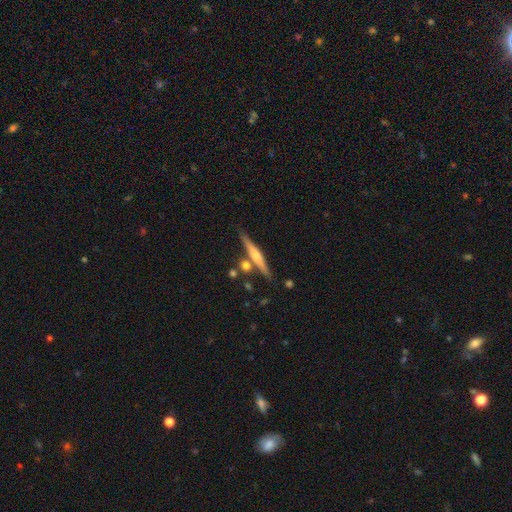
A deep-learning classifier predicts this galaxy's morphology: smooth_or_featured: featured or disk (p=0.60) [alt: smooth p=0.33]
disk_edge_on: yes (p=0.96) [alt: no p=0.04]
edge_on_bulge: rounded (p=0.75) [alt: none p=0.15]
merging: none (p=0.76) [alt: merger p=0.11]